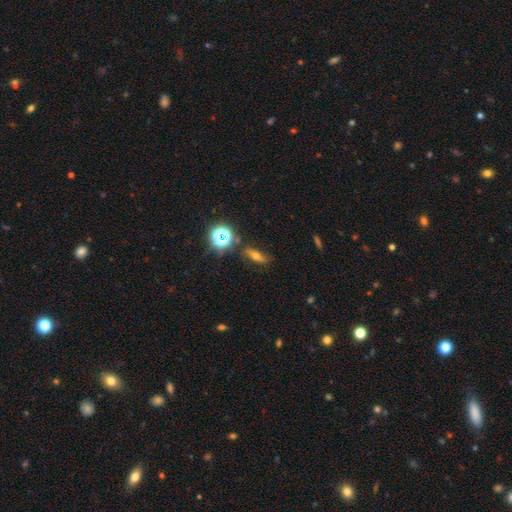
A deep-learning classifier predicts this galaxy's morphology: A smooth galaxy with no disk features (43%).

Vote fractions:
- Smooth or featured? smooth: 43% / featured or disk: 32% / star or artifact: 25%
- Merging? none: 80% / minor disturbance: 12% / merger: 4% / major disturbance: 4%